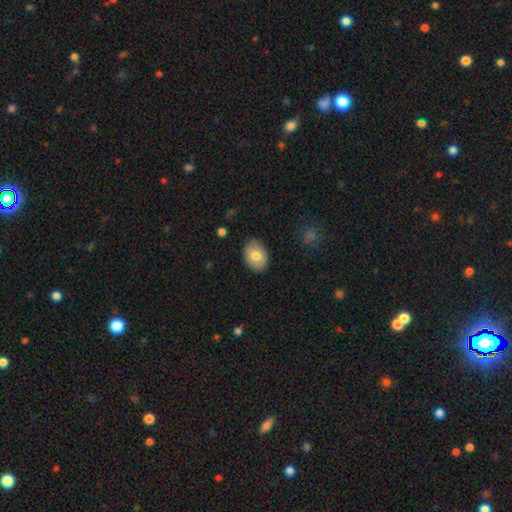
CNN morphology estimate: Smooth or featured?
  - smooth: 78% *
  - featured or disk: 15%
  - star or artifact: 7%
How rounded?
  - in between: 80% *
  - round: 19%
  - cigar-shaped: 1%
Merging?
  - none: 84% *
  - minor disturbance: 12%
  - major disturbance: 2%
  - merger: 1%